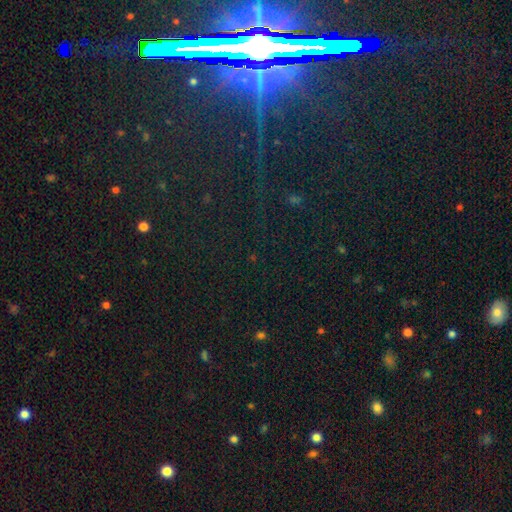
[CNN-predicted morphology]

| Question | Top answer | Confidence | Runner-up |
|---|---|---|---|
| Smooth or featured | star or artifact | 73% | featured or disk (16%) |